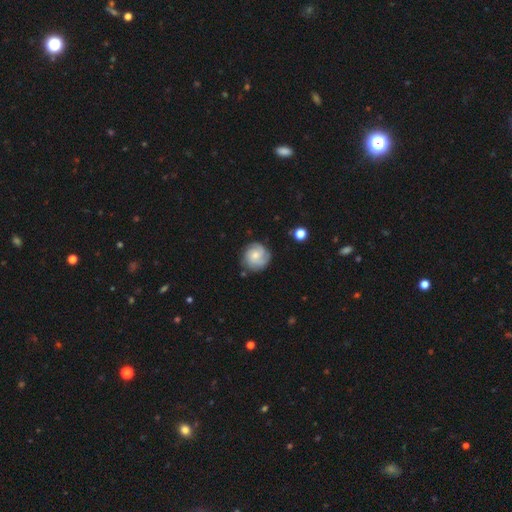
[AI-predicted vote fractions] Q: Smooth or featured?
A: featured or disk (64%); runner-up: smooth (29%)
Q: Edge-on disk?
A: no (98%); runner-up: yes (2%)
Q: Bar?
A: no (73%); runner-up: weak (24%)
Q: Spiral arms?
A: yes (93%); runner-up: no (7%)
Q: Spiral winding?
A: tight (64%); runner-up: medium (28%)
Q: Spiral arm count?
A: 3 (36%); runner-up: can't tell (26%)
Q: Bulge size?
A: small (50%); runner-up: moderate (41%)
Q: Merging?
A: none (78%); runner-up: minor disturbance (16%)